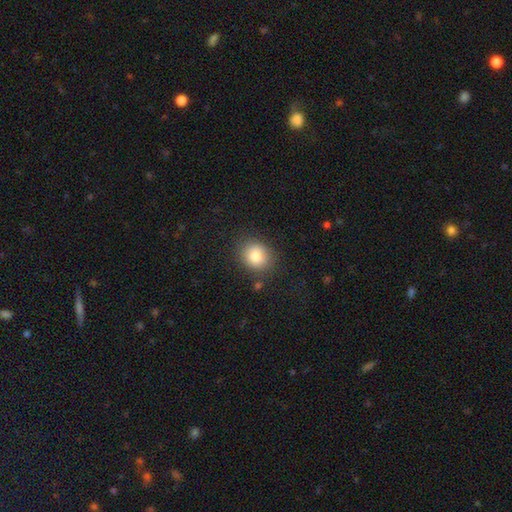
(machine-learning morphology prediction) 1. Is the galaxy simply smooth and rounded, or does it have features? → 82% smooth, 10% star or artifact, 8% featured or disk.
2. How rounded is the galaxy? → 76% round, 23% in between, 1% cigar-shaped.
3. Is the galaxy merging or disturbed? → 83% none, 11% minor disturbance, 3% major disturbance, 3% merger.